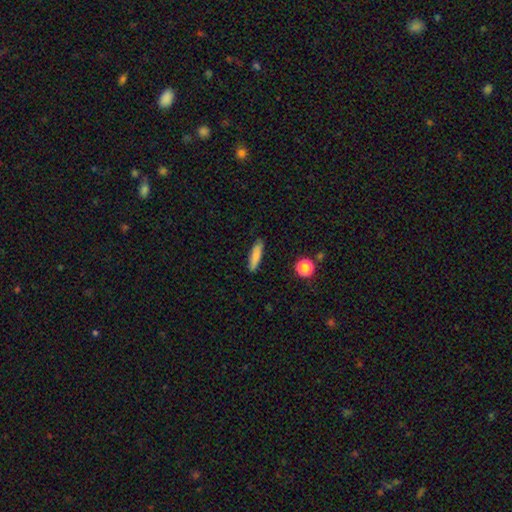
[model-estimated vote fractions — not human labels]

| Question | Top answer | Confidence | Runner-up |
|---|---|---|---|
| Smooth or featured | smooth | 81% | featured or disk (11%) |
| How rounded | cigar-shaped | 76% | in between (22%) |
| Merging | none | 87% | minor disturbance (9%) |